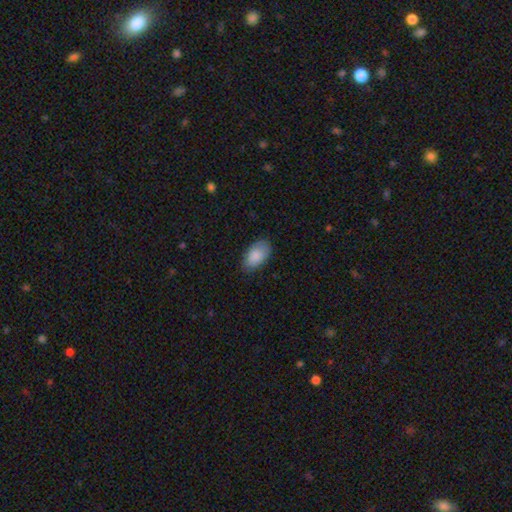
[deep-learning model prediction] smooth 87%, featured or disk 7%, star or artifact 6%. Down the decision tree: how rounded — in between (94%); merging — none (79%).